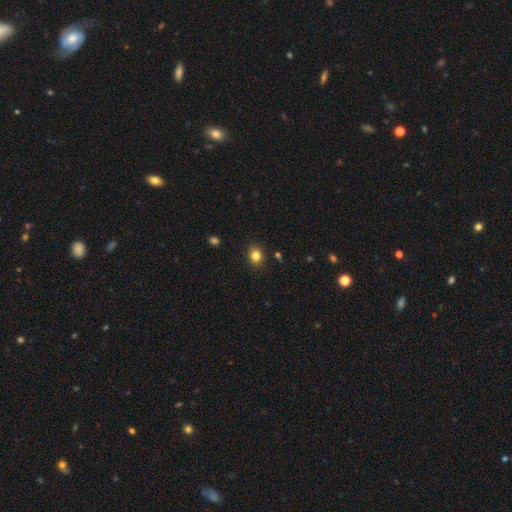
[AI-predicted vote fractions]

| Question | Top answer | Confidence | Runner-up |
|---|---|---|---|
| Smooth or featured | smooth | 83% | star or artifact (11%) |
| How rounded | round | 60% | in between (39%) |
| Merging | none | 87% | minor disturbance (9%) |